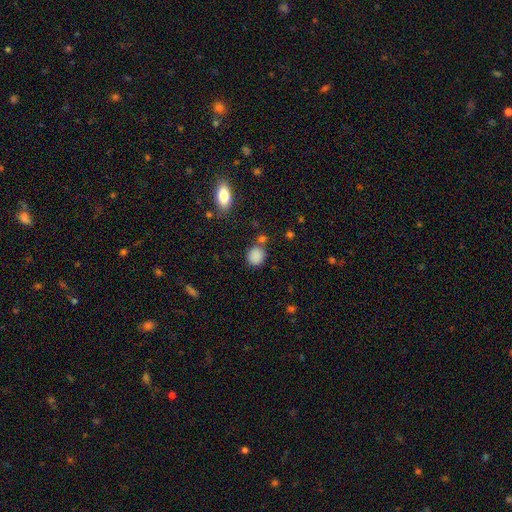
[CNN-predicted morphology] smooth-or-featured: smooth: 86% | star or artifact: 10% | featured or disk: 4%
  how-rounded: round: 80% | in between: 19% | cigar-shaped: 1%
  merging: none: 74% | minor disturbance: 12% | merger: 10% | major disturbance: 4%